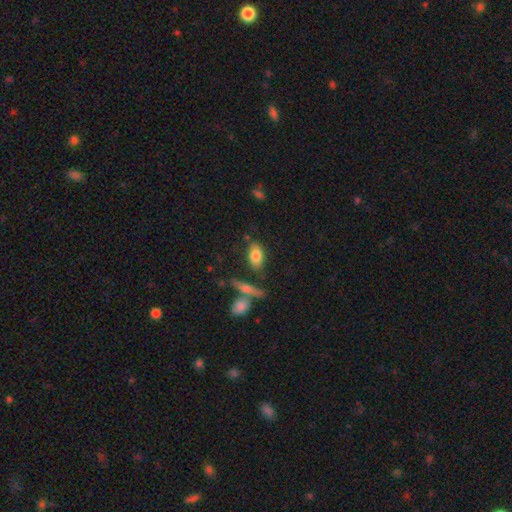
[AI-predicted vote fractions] A smooth galaxy with no disk features (78%) that is in between round and cigar-shaped (87%). Merging: none (72%).